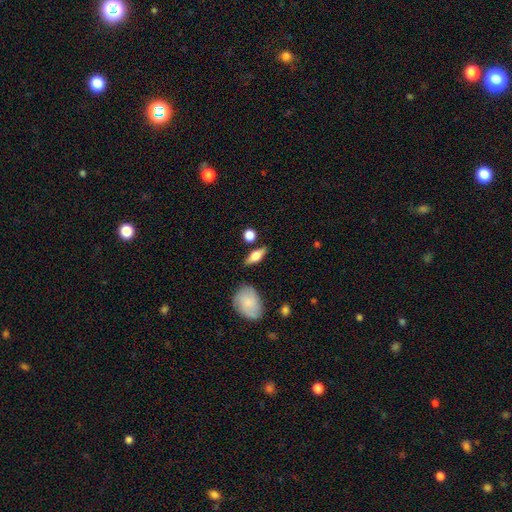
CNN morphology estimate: Q: Smooth or featured?
A: smooth (52%); runner-up: featured or disk (41%)
Q: How rounded?
A: in between (63%); runner-up: cigar-shaped (30%)
Q: Merging?
A: none (80%); runner-up: minor disturbance (12%)